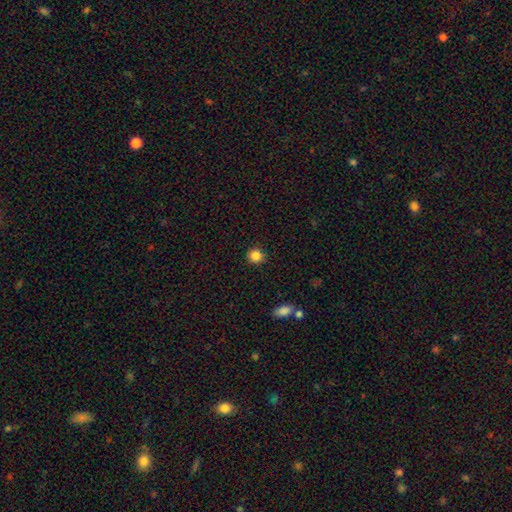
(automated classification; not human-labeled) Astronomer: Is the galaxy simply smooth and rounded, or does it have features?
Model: smooth — 85%.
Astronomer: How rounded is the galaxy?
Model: round — 92%.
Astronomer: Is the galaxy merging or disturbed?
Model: none — 90%.